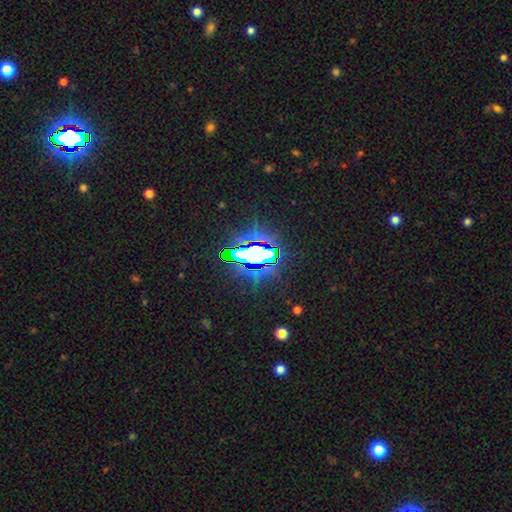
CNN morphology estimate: Smooth or featured?
  - star or artifact: 76% *
  - smooth: 14%
  - featured or disk: 10%